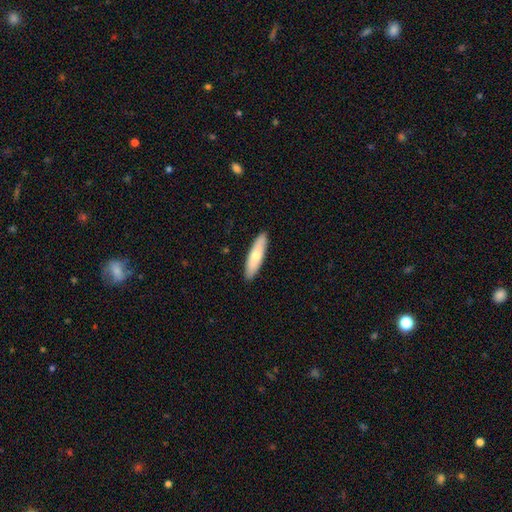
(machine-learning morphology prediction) Smooth or featured? Predicted: smooth (p=0.68). How rounded? Predicted: cigar-shaped (p=0.69). Merging? Predicted: none (p=0.90).